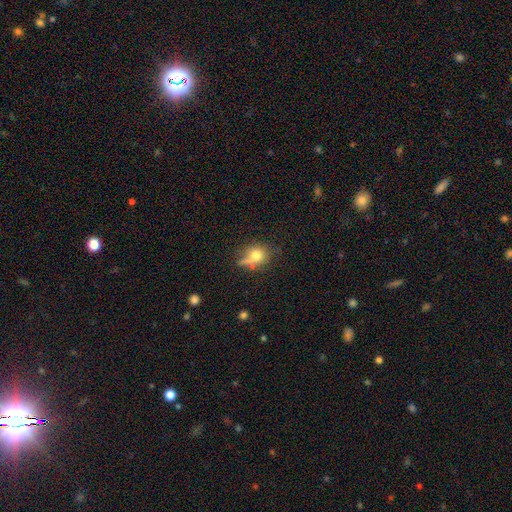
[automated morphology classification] Smooth or featured?
  - smooth: 71% *
  - featured or disk: 16%
  - star or artifact: 13%
How rounded?
  - round: 65% *
  - in between: 32%
  - cigar-shaped: 3%
Merging?
  - none: 51% *
  - minor disturbance: 21%
  - merger: 15%
  - major disturbance: 12%